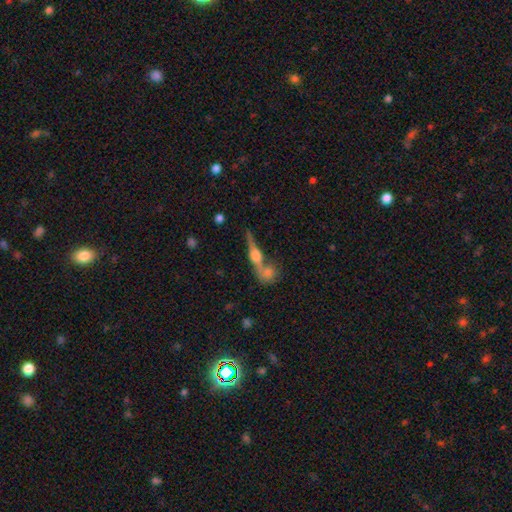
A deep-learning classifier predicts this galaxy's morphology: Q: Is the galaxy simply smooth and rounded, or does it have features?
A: featured or disk — 69%.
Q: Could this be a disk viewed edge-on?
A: yes — 92%.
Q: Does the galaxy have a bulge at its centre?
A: rounded — 90%.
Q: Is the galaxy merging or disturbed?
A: none — 53%.